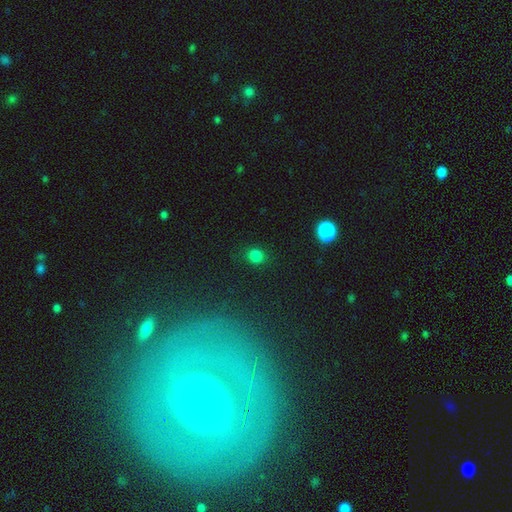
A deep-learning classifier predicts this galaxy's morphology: This is likely a smooth galaxy (80%). How rounded: likely round (78%). Merging: clearly none (87%).